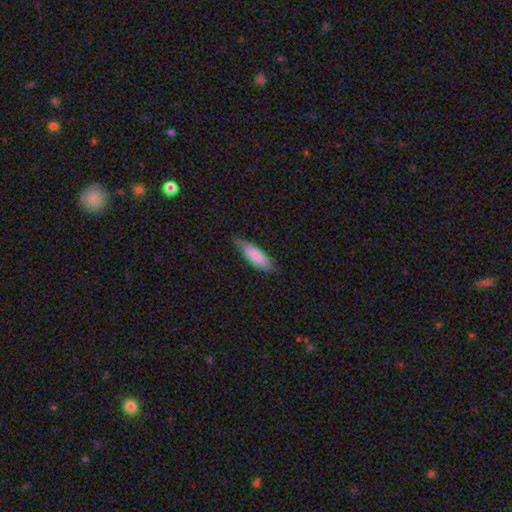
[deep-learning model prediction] Smooth or featured: smooth — 81% (featured or disk — 13%)
How rounded: cigar-shaped — 56% (in between — 42%)
Merging: none — 75% (minor disturbance — 21%)